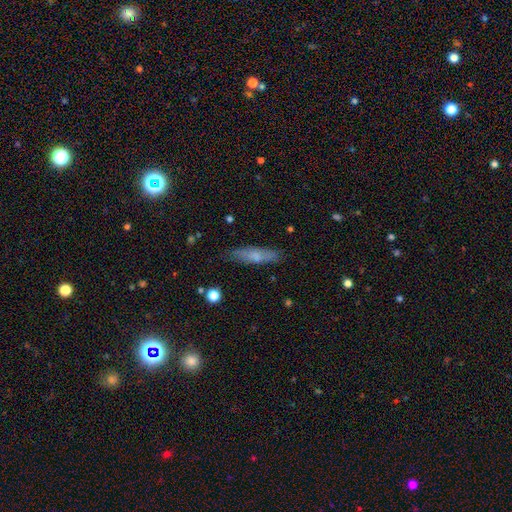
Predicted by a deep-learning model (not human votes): Morphology: type=smooth (64%); roundness=cigar-shaped (71%); merging=none (81%).